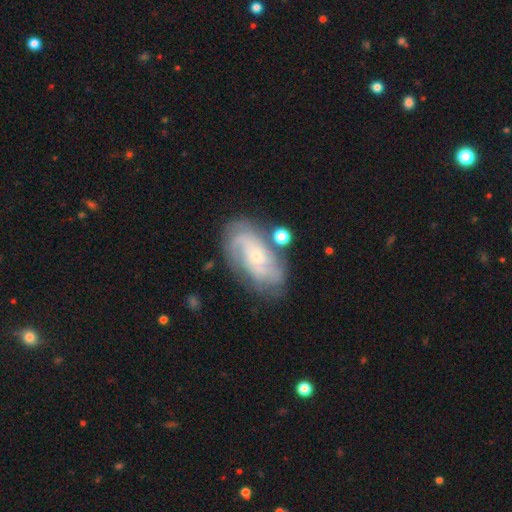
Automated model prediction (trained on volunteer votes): smooth_or_featured: featured or disk (p=0.80) [alt: smooth p=0.14]
disk_edge_on: no (p=0.96) [alt: yes p=0.04]
bar: no (p=0.71) [alt: weak p=0.24]
has_spiral_arms: yes (p=0.93) [alt: no p=0.07]
spiral_winding: tight (p=0.53) [alt: medium p=0.35]
spiral_arm_count: can't tell (p=0.34) [alt: 2 p=0.31]
bulge_size: small (p=0.80) [alt: moderate p=0.15]
merging: none (p=0.68) [alt: minor disturbance p=0.19]